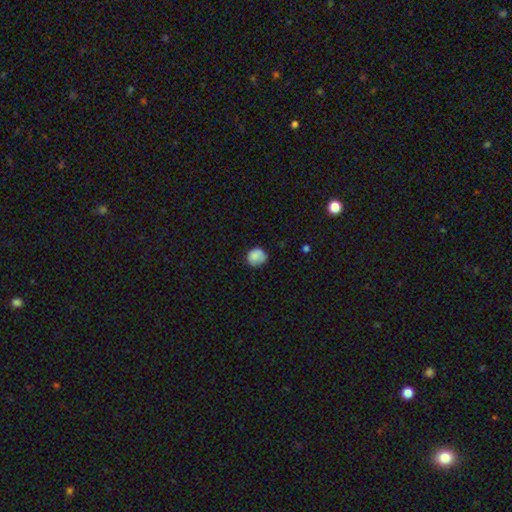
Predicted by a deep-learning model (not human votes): This is clearly a smooth galaxy (84%). How rounded: likely round (75%). Merging: likely none (68%).